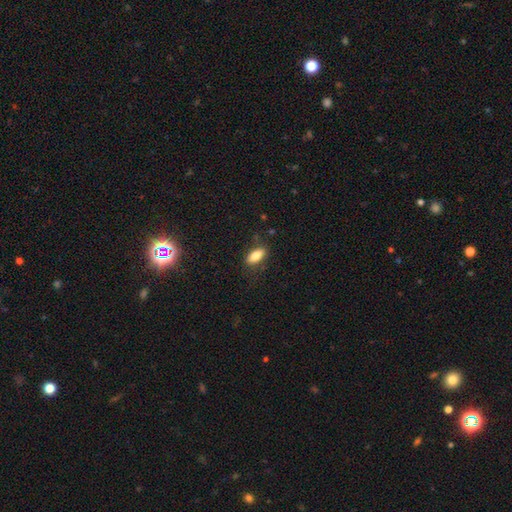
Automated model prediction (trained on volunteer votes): Smooth or featured: smooth — 81% (featured or disk — 12%)
How rounded: in between — 82% (cigar-shaped — 15%)
Merging: none — 82% (minor disturbance — 13%)